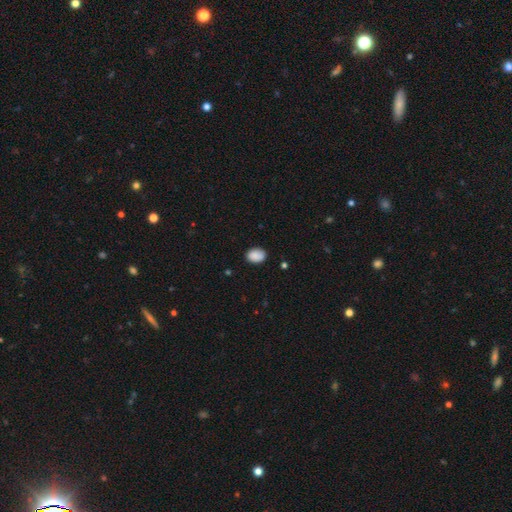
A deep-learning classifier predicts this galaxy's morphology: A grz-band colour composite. It shows a smooth galaxy with no disk features (89%) that is in between round and cigar-shaped (71%). Merging: none (84%).